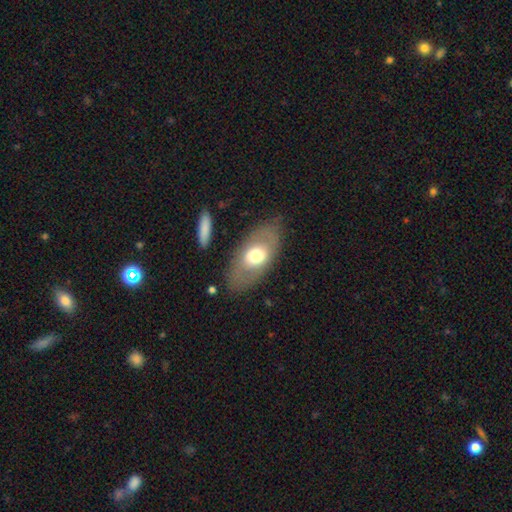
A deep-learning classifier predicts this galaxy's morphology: Overall: smooth (54%; featured or disk 39%). How rounded: in between (90%). Merging: none (79%).